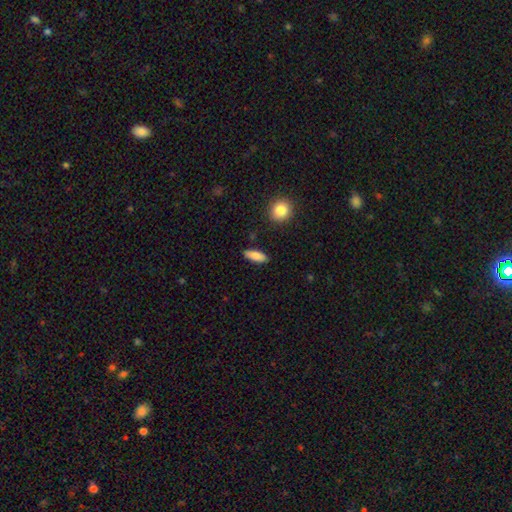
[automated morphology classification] Overall: smooth (84%). How rounded: in between (68%; cigar-shaped 29%). Merging: none (86%).